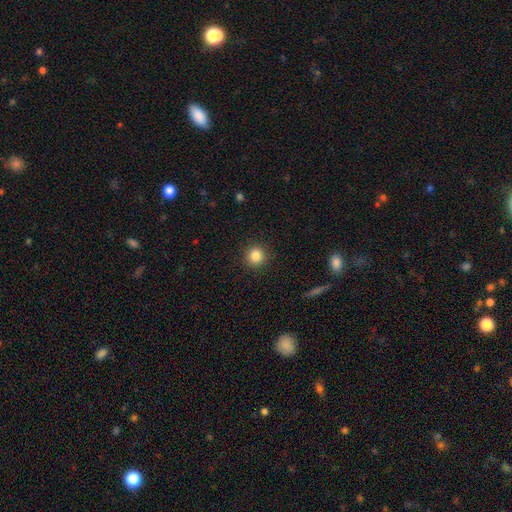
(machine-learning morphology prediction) Smooth or featured?
  - smooth: 84% *
  - star or artifact: 11%
  - featured or disk: 5%
How rounded?
  - round: 93% *
  - in between: 6%
  - cigar-shaped: 1%
Merging?
  - none: 91% *
  - minor disturbance: 5%
  - major disturbance: 2%
  - merger: 1%